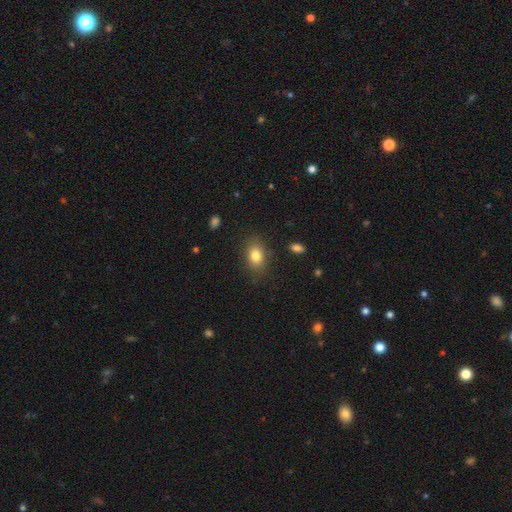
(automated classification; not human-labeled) Morphology: type=smooth (82%); roundness=in between (77%); merging=none (82%).